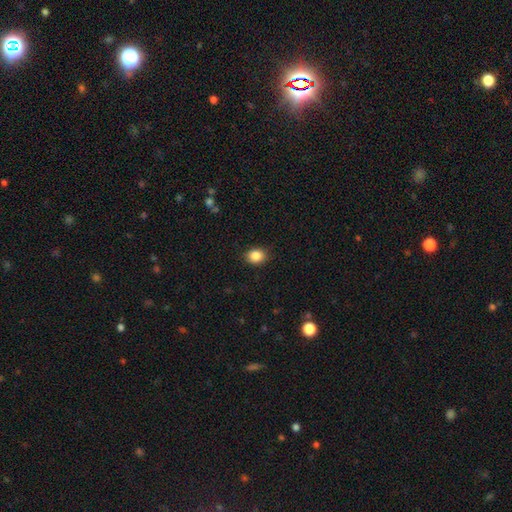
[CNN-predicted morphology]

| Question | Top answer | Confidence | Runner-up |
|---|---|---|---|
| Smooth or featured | smooth | 86% | star or artifact (9%) |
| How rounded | in between | 50% | round (49%) |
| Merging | none | 87% | minor disturbance (10%) |